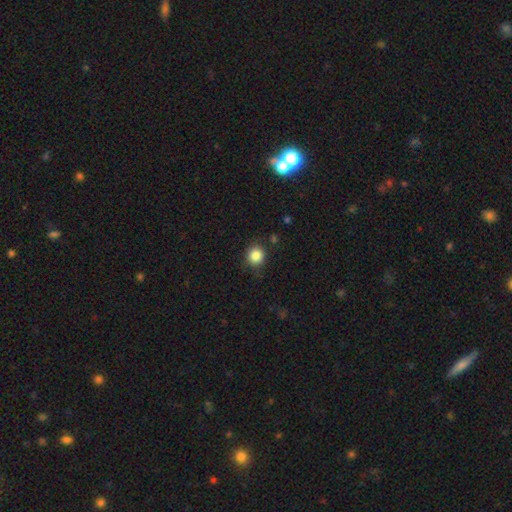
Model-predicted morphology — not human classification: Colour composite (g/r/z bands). It shows a smooth galaxy with no disk features (85%) that is round (86%). Merging: none (82%).